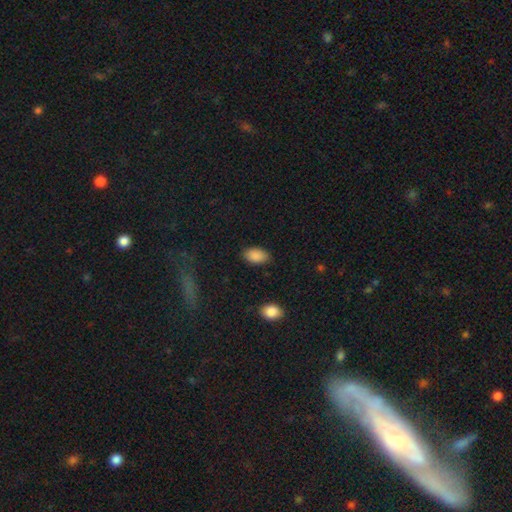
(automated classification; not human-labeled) This appears to be a smooth galaxy with no disk features (89%) that is in between round and cigar-shaped (93%). Merging: none (85%).